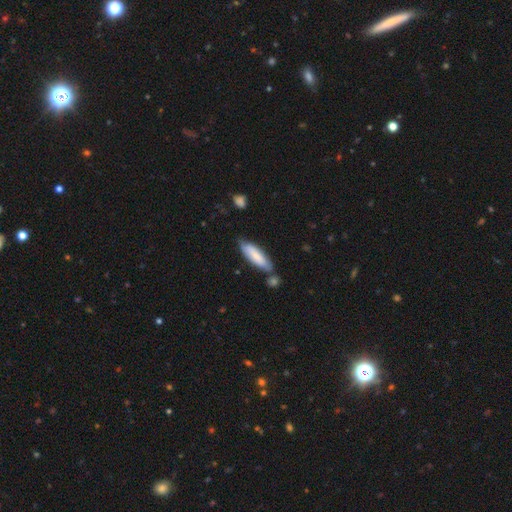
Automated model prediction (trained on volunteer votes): A smooth galaxy with no disk features (75%) that is cigar-shaped (59%). Merging: none (64%).